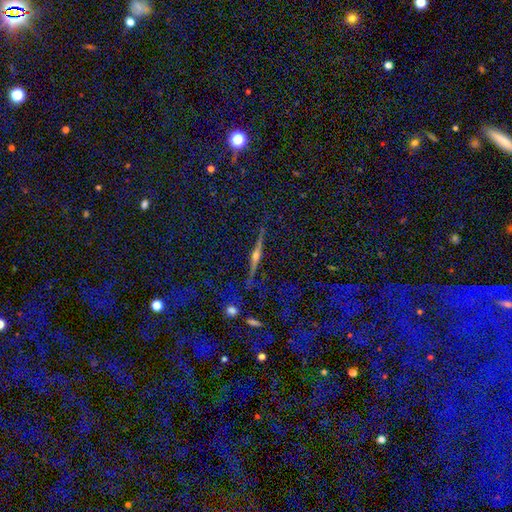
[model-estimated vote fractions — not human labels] A featured or disk galaxy (77%) viewed edge-on (97%) with a rounded central bulge (91%). Merging: none (86%).